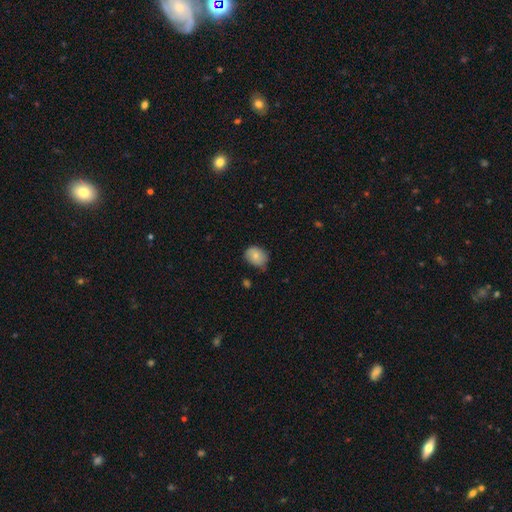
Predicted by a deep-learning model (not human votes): Smooth or featured? smooth (78%)
How rounded? in between (55%)
Merging? none (58%)